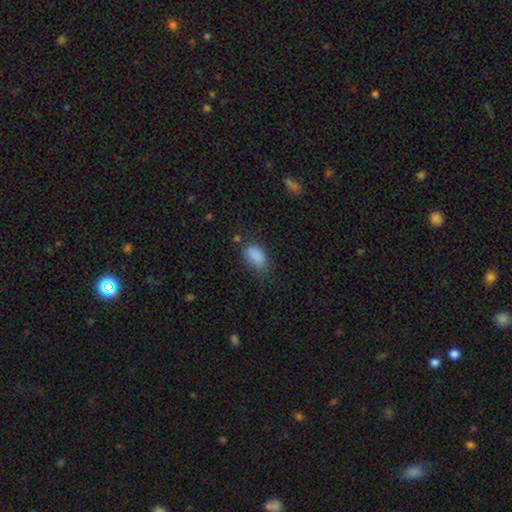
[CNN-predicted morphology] The model was most divided on "merging": none: 66%, minor disturbance: 23%, major disturbance: 8%, merger: 3%. More confident: how rounded — in between (91%); smooth or featured — smooth (86%).